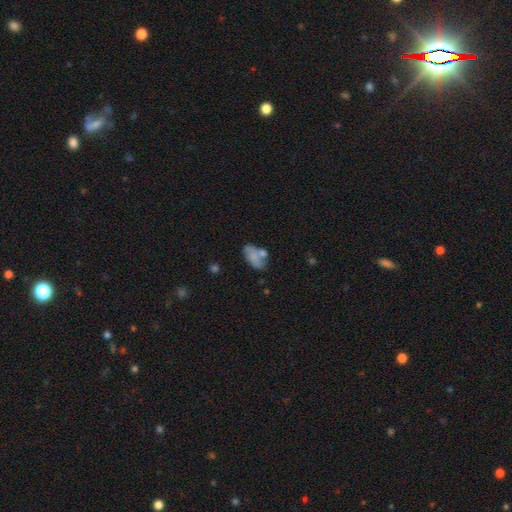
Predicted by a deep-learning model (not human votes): The model was most divided on "merging": none: 38%, merger: 26%, minor disturbance: 23%, major disturbance: 13%. More confident: how rounded — in between (90%); smooth or featured — smooth (62%).